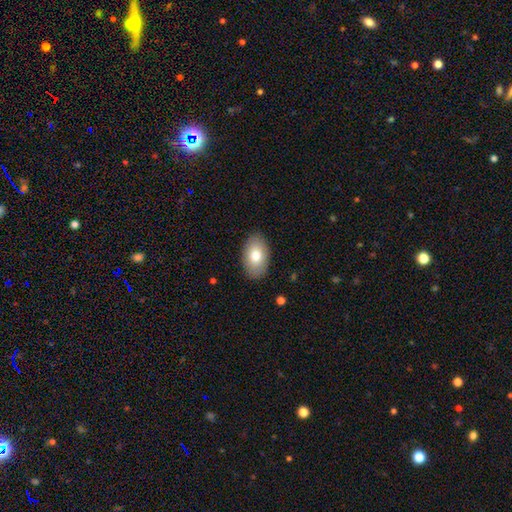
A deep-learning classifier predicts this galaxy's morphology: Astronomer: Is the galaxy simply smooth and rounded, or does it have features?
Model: smooth — 77%.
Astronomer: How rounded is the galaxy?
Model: in between — 92%.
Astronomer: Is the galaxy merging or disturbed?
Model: none — 88%.